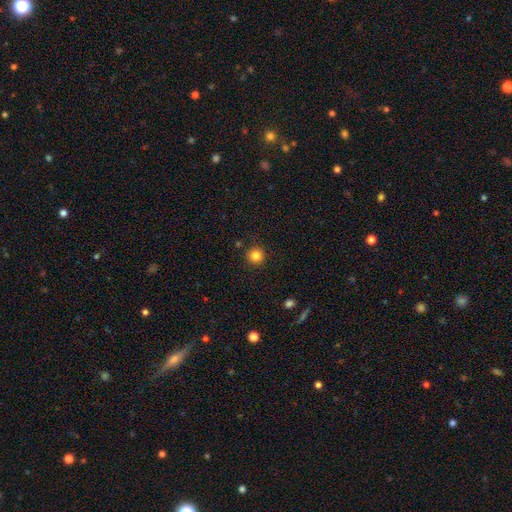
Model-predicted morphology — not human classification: Q: Smooth or featured?
A: smooth (84%); runner-up: star or artifact (12%)
Q: How rounded?
A: round (94%); runner-up: in between (5%)
Q: Merging?
A: none (89%); runner-up: minor disturbance (7%)